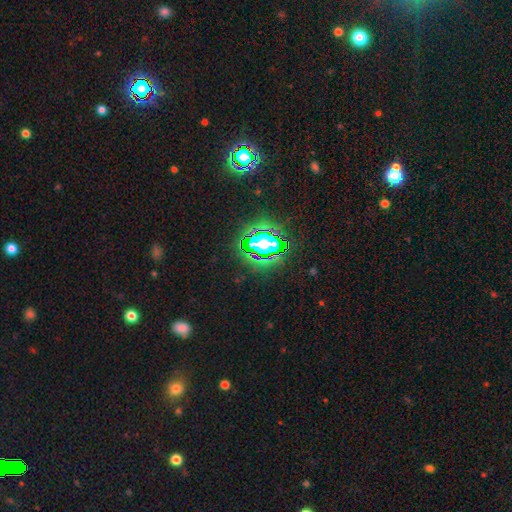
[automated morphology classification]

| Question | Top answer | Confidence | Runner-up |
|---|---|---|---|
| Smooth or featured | star or artifact | 80% | smooth (12%) |